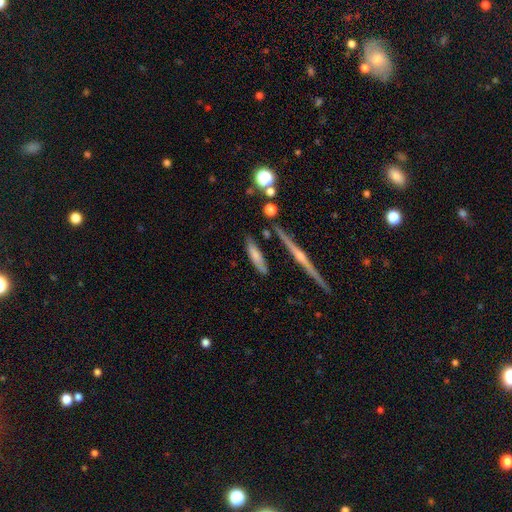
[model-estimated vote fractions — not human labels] smooth-or-featured: smooth: 61% | featured or disk: 31% | star or artifact: 8%
  how-rounded: cigar-shaped: 51% | in between: 45% | round: 3%
  merging: none: 66% | minor disturbance: 21% | merger: 7% | major disturbance: 6%